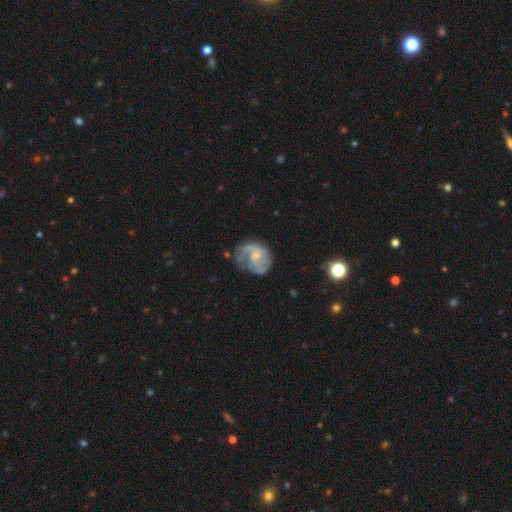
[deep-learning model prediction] This appears to be a featured or disk galaxy (75%) with no bar (57%), 2 (50%) medium (44%) spiral arms (90%) and a small central bulge (45%). Merging: none (56%).